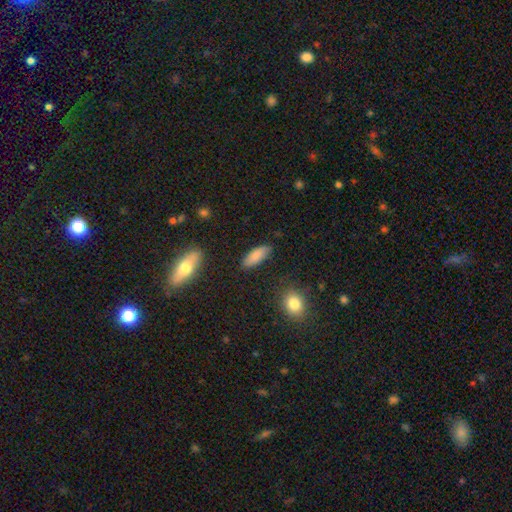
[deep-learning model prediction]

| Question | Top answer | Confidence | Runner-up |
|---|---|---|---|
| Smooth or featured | smooth | 83% | featured or disk (10%) |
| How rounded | in between | 71% | cigar-shaped (27%) |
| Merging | none | 83% | minor disturbance (12%) |